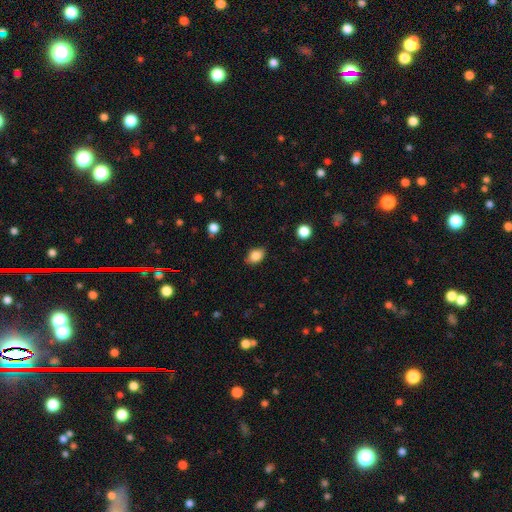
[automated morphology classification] Smooth or featured? Predicted: smooth (p=0.85). How rounded? Predicted: in between (p=0.79). Merging? Predicted: none (p=0.83).